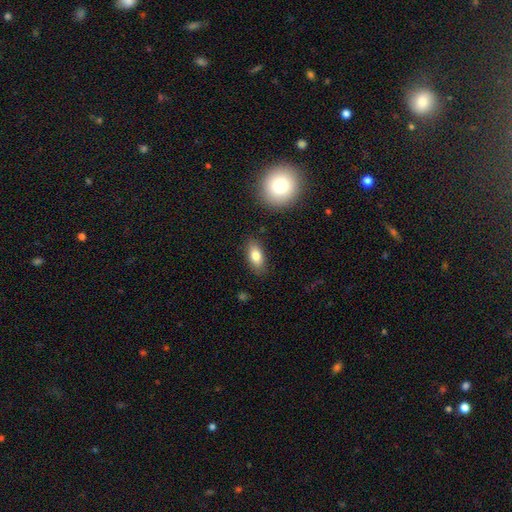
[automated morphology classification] smooth 80%, featured or disk 12%, star or artifact 8%. Down the decision tree: how rounded — in between (86%); merging — none (84%).